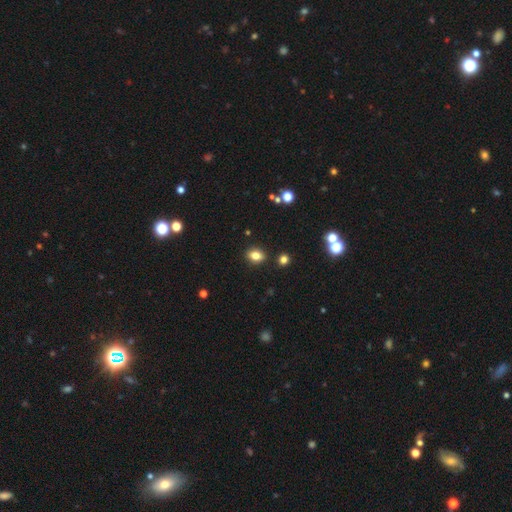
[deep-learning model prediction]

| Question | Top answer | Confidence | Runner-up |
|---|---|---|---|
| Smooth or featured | smooth | 80% | star or artifact (12%) |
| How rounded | in between | 68% | round (31%) |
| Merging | none | 87% | minor disturbance (8%) |